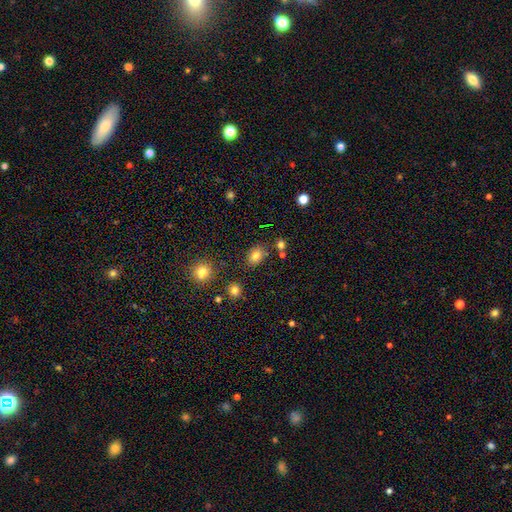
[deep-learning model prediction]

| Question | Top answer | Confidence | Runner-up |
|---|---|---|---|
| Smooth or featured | smooth | 80% | star or artifact (13%) |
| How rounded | in between | 67% | round (32%) |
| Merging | none | 80% | minor disturbance (11%) |